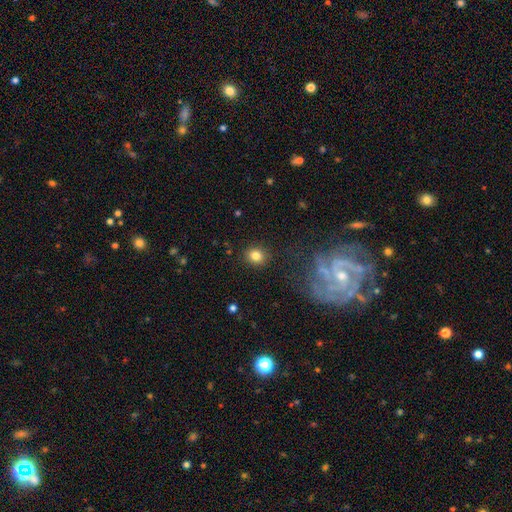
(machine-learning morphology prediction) smooth_or_featured: smooth (p=0.81) [alt: star or artifact p=0.12]
how_rounded: round (p=0.73) [alt: in between p=0.26]
merging: none (p=0.89) [alt: minor disturbance p=0.07]